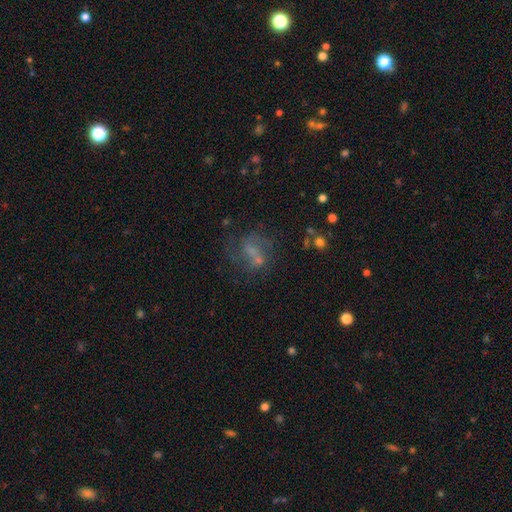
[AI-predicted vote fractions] The model was most divided on "smooth or featured": featured or disk: 46%, smooth: 31%, star or artifact: 23%. Remaining: merging — none (48%).